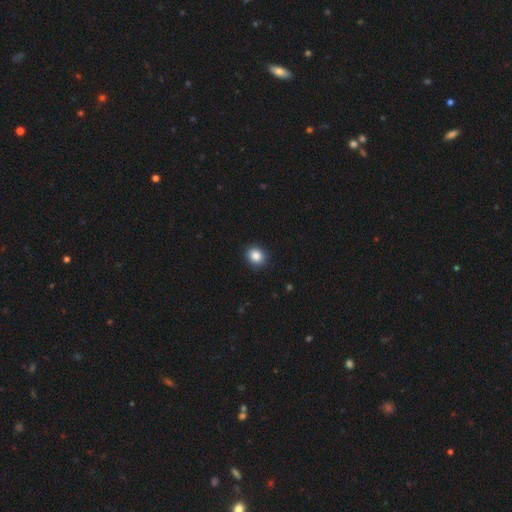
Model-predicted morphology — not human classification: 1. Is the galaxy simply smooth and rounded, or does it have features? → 86% smooth, 10% star or artifact, 4% featured or disk.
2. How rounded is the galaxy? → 75% round, 24% in between, 1% cigar-shaped.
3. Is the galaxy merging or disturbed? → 91% none, 6% minor disturbance, 2% major disturbance, 1% merger.